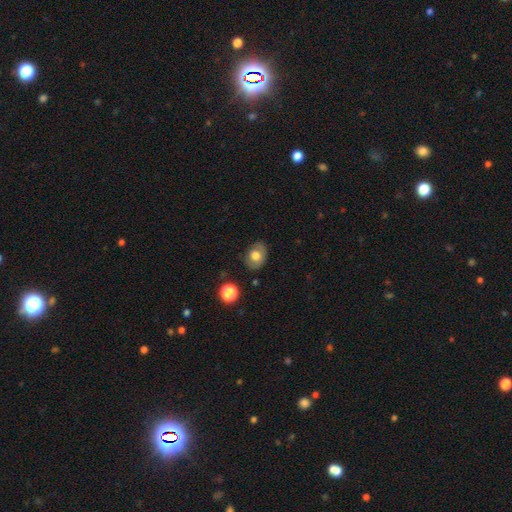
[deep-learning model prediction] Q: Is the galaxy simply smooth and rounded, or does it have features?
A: smooth — 65%.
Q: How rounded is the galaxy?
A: in between — 66%.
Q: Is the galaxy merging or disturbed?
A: none — 77%.